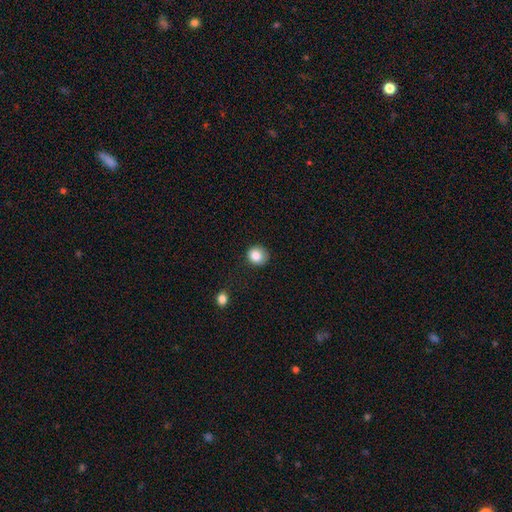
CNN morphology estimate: This is clearly a smooth galaxy (84%). How rounded: clearly round (86%). Merging: likely none (77%).